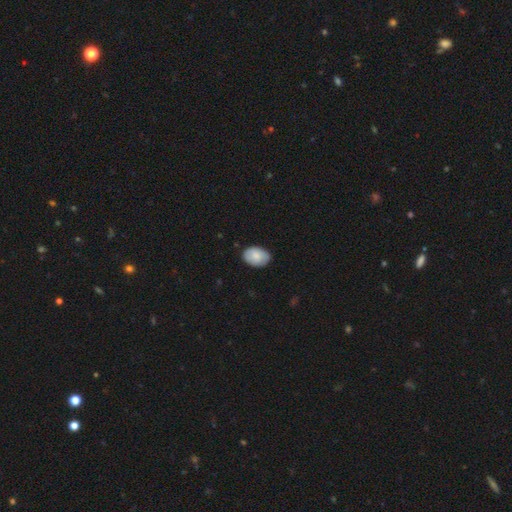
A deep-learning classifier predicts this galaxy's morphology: This appears to be a smooth galaxy with no disk features (83%) that is in between round and cigar-shaped (84%). Merging: none (82%).